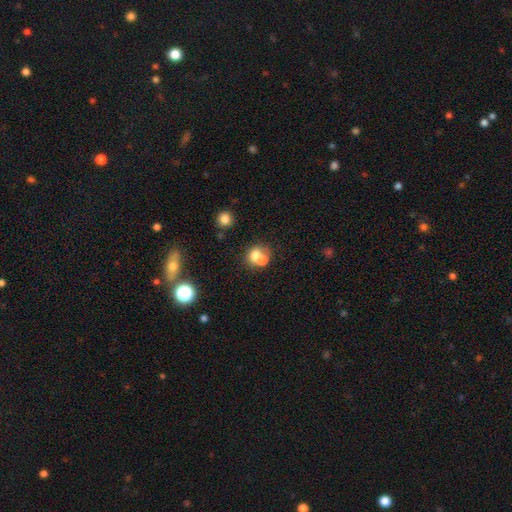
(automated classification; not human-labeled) smooth 67%, featured or disk 20%, star or artifact 12%. Down the decision tree: how rounded — round (71%); merging — merger (57%).